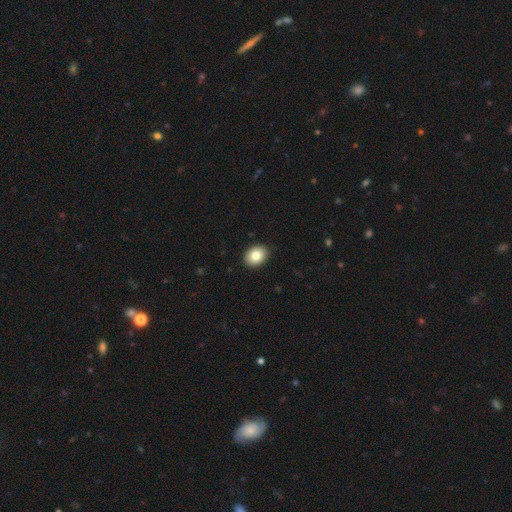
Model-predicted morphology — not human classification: The model was most divided on "how rounded": in between: 64%, round: 35%, cigar-shaped: 1%. More confident: merging — none (91%); smooth or featured — smooth (83%).